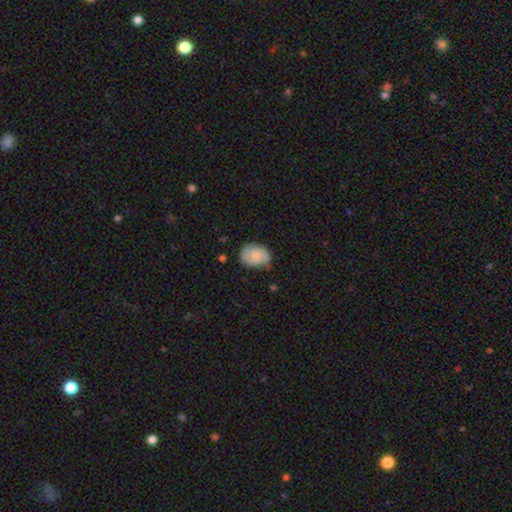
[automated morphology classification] smooth_or_featured: smooth (p=0.62) [alt: featured or disk p=0.30]
how_rounded: in between (p=0.66) [alt: round p=0.33]
merging: none (p=0.58) [alt: minor disturbance p=0.32]